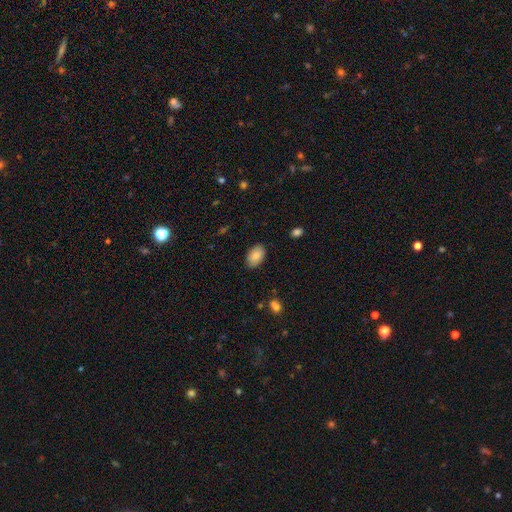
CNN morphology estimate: Smooth or featured: smooth — 85% (featured or disk — 8%)
How rounded: in between — 91% (round — 8%)
Merging: none — 85% (minor disturbance — 11%)